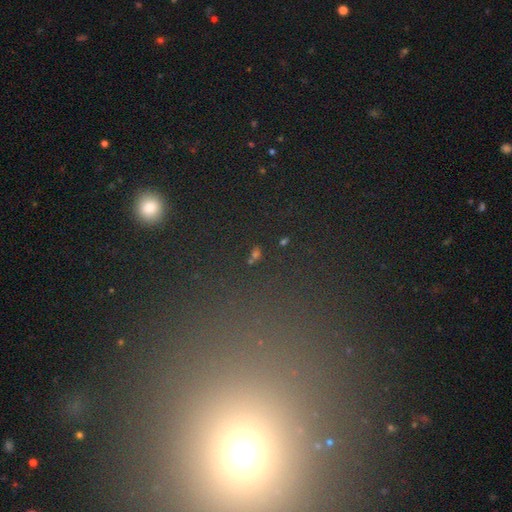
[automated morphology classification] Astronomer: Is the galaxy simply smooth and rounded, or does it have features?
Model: star or artifact — 48% (runner-up: smooth, 40%).